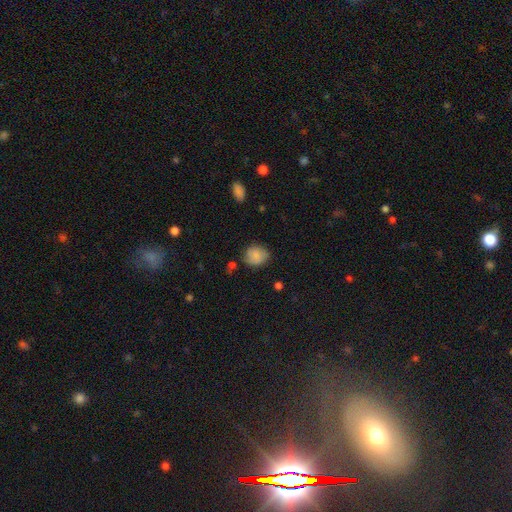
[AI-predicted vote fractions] smooth-or-featured: smooth: 77% | featured or disk: 14% | star or artifact: 9%
  how-rounded: round: 68% | in between: 31% | cigar-shaped: 1%
  merging: none: 73% | minor disturbance: 20% | major disturbance: 4% | merger: 3%